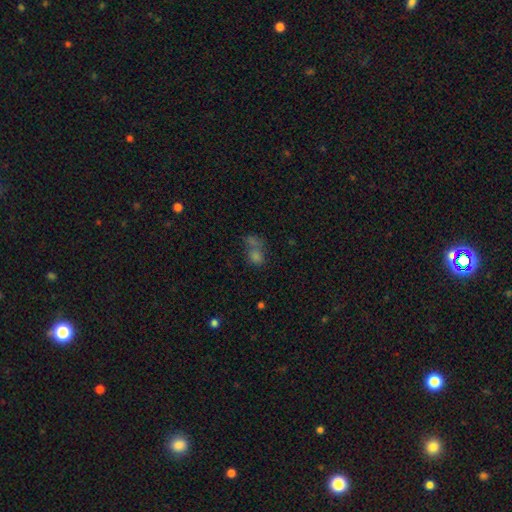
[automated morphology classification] Smooth or featured?
  - smooth: 66% *
  - star or artifact: 22%
  - featured or disk: 12%
How rounded?
  - round: 53% *
  - in between: 45%
  - cigar-shaped: 2%
Merging?
  - merger: 46% *
  - none: 35%
  - minor disturbance: 10%
  - major disturbance: 9%